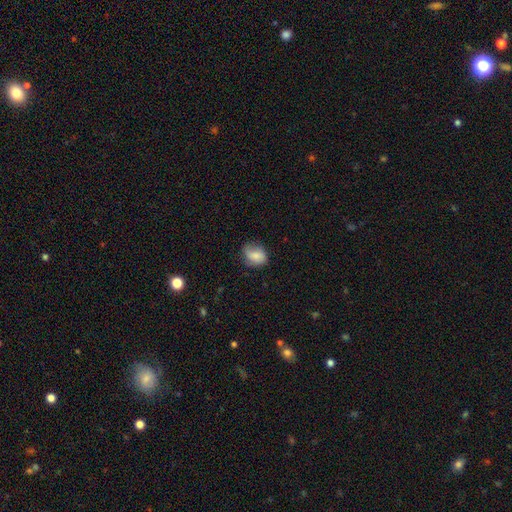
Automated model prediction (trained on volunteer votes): Smooth or featured? smooth (72%)
How rounded? in between (51%)
Merging? none (59%)